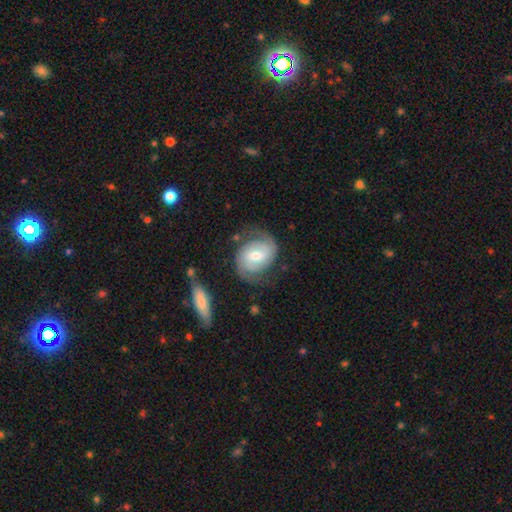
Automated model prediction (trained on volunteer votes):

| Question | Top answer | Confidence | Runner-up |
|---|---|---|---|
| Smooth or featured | featured or disk | 81% | smooth (14%) |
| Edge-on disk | no | 97% | yes (3%) |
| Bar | weak | 49% | no (33%) |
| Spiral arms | yes | 95% | no (5%) |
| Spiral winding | medium | 43% | tight (42%) |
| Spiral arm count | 2 | 88% | can't tell (6%) |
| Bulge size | moderate | 61% | small (33%) |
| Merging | none | 74% | minor disturbance (16%) |